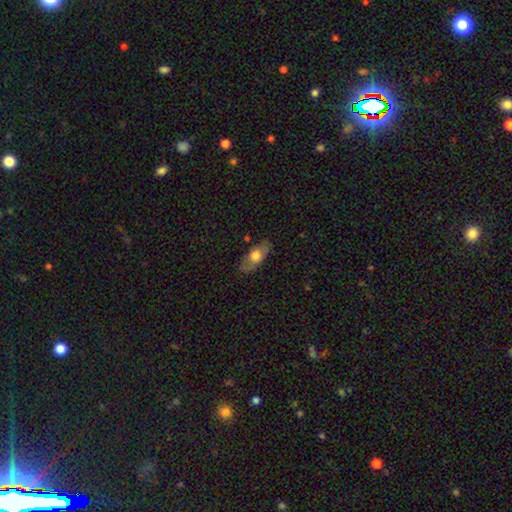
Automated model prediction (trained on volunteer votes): This is possibly a smooth galaxy (55%). How rounded: likely in between (80%). Merging: clearly none (80%).